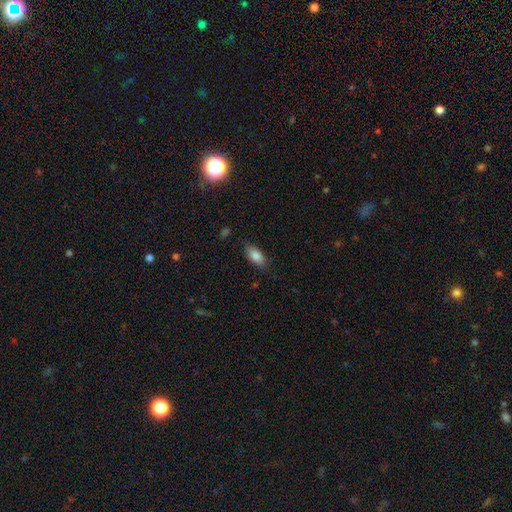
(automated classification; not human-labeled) Overall: smooth (85%). How rounded: in between (90%). Merging: none (82%).